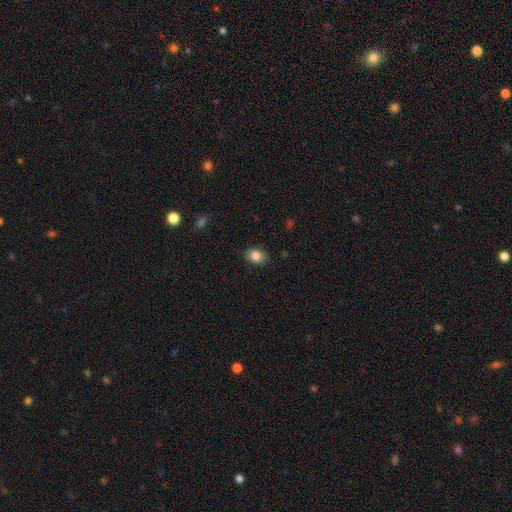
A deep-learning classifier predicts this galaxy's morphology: smooth 85%, star or artifact 8%, featured or disk 7%. Down the decision tree: how rounded — in between (76%); merging — none (85%).